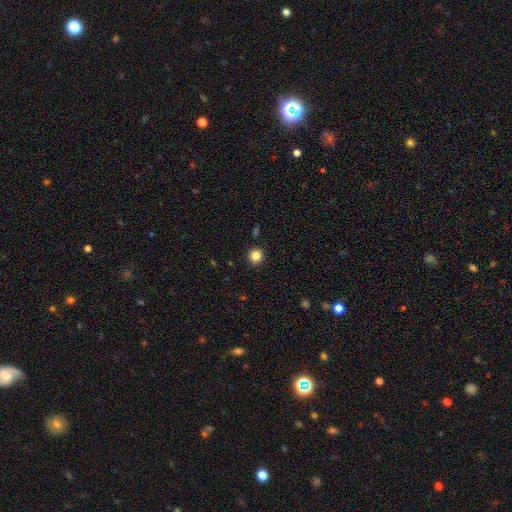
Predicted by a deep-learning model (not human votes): A smooth galaxy with no disk features (85%) that is round (92%).

Vote fractions:
- Smooth or featured? smooth: 85% / star or artifact: 11% / featured or disk: 4%
- How rounded? round: 92% / in between: 7% / cigar-shaped: 1%
- Merging? none: 92% / minor disturbance: 5% / major disturbance: 2% / merger: 1%